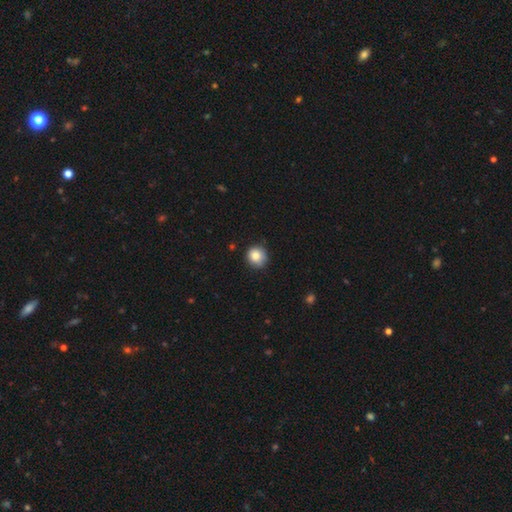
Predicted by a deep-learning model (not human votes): Smooth or featured: smooth — 84% (star or artifact — 9%)
How rounded: round — 87% (in between — 12%)
Merging: none — 78% (minor disturbance — 18%)